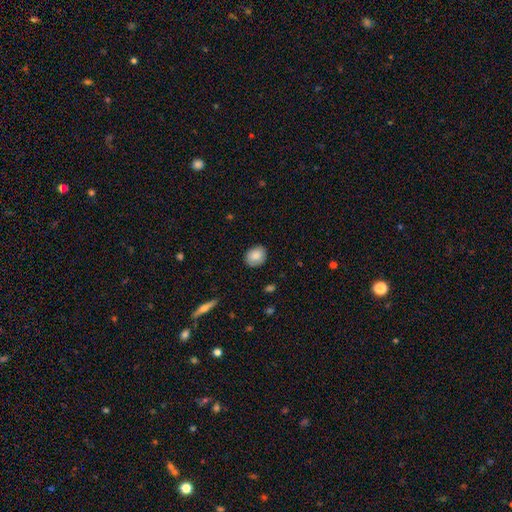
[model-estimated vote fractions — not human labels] This appears to be a smooth galaxy with no disk features (83%) that is round (60%). Merging: none (83%).